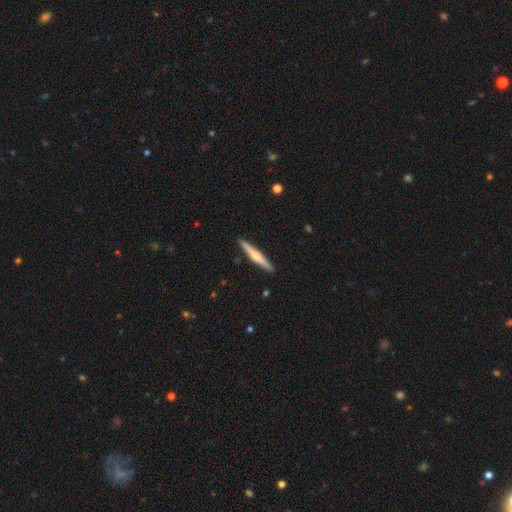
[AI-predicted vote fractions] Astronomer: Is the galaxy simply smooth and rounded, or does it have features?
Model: featured or disk — 62%.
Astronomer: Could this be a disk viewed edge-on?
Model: yes — 98%.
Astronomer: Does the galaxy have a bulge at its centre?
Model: rounded — 88%.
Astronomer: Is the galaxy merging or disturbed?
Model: none — 92%.